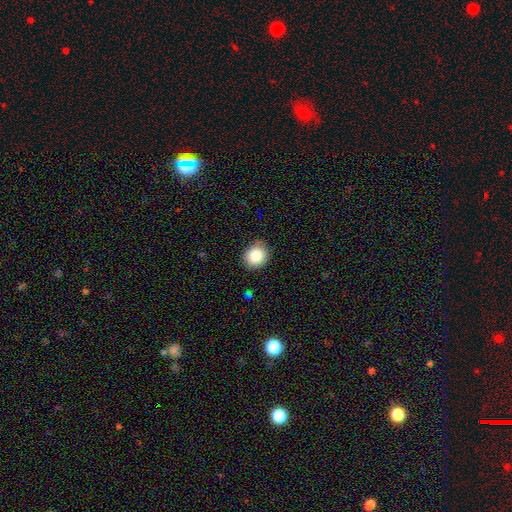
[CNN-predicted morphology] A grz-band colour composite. It shows a smooth galaxy with no disk features (86%) that is round (74%). Merging: none (87%).